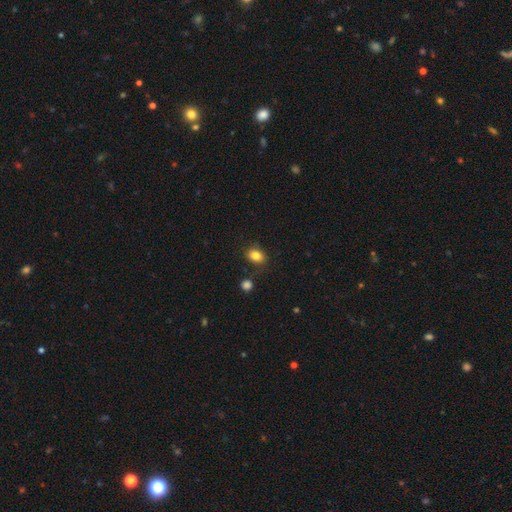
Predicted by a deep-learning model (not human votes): This appears to be a smooth galaxy with no disk features (83%) that is in between round and cigar-shaped (68%). Merging: none (80%).